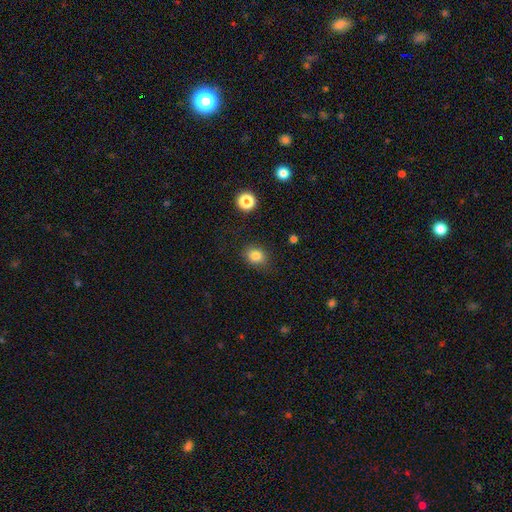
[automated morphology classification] smooth 83%, star or artifact 11%, featured or disk 6%. Down the decision tree: how rounded — round (55%); merging — none (84%).